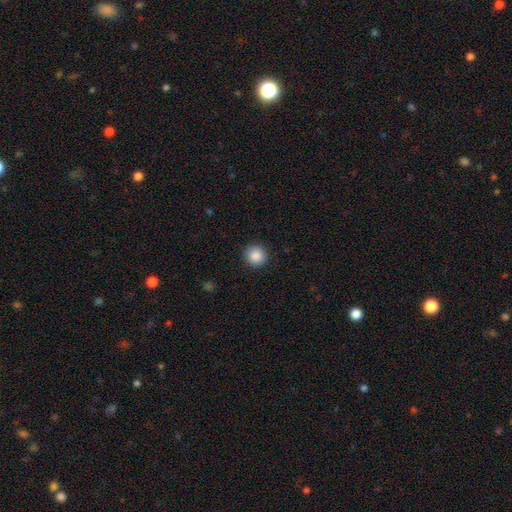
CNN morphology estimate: A smooth galaxy with no disk features (88%) that is round (94%).

Vote fractions:
- Smooth or featured? smooth: 88% / star or artifact: 9% / featured or disk: 3%
- How rounded? round: 94% / in between: 5% / cigar-shaped: 1%
- Merging? none: 92% / minor disturbance: 6% / major disturbance: 2% / merger: 1%